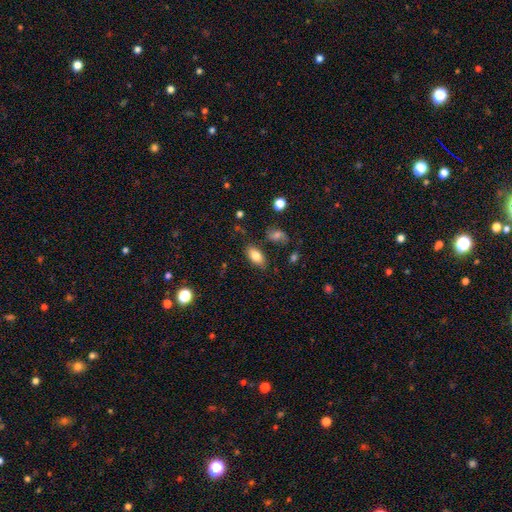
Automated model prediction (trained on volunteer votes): A smooth galaxy with no disk features (81%) that is in between round and cigar-shaped (91%). Merging: none (80%).